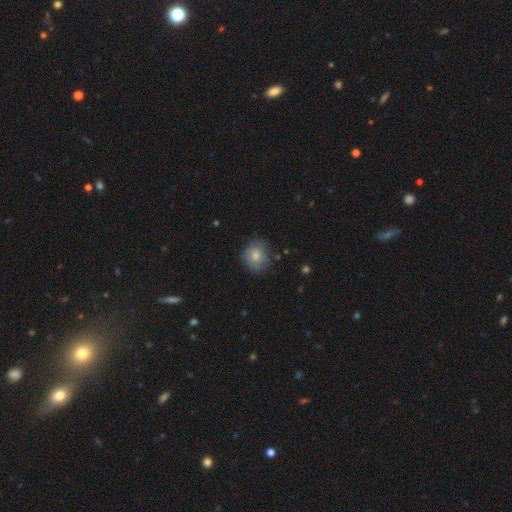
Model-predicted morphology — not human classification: Overall: smooth (75%). How rounded: round (79%). Merging: none (69%).